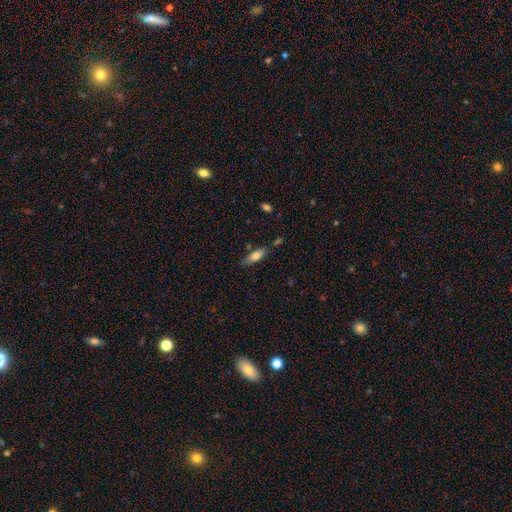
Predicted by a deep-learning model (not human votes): This is likely a smooth galaxy (76%). How rounded: likely in between (66%). Merging: likely none (73%).